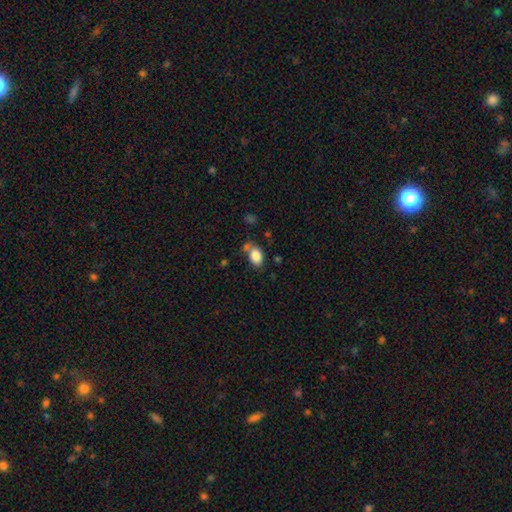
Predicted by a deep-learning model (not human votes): Q: Smooth or featured?
A: smooth (85%); runner-up: star or artifact (8%)
Q: How rounded?
A: in between (85%); runner-up: round (14%)
Q: Merging?
A: none (60%); runner-up: minor disturbance (18%)